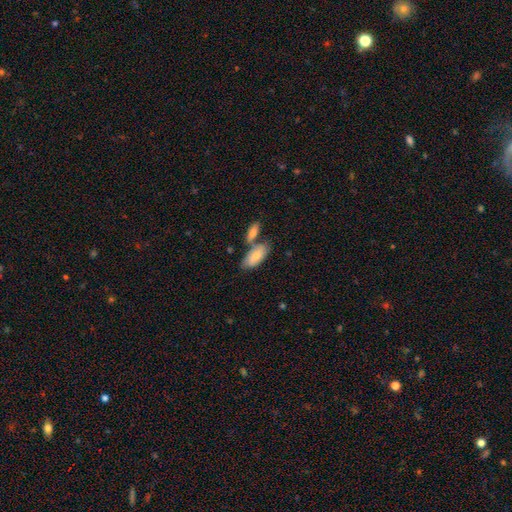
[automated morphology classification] A smooth galaxy with no disk features (78%) that is in between round and cigar-shaped (88%).

Vote fractions:
- Smooth or featured? smooth: 78% / featured or disk: 16% / star or artifact: 6%
- How rounded? in between: 88% / cigar-shaped: 10% / round: 2%
- Merging? none: 45% / merger: 36% / minor disturbance: 14% / major disturbance: 5%